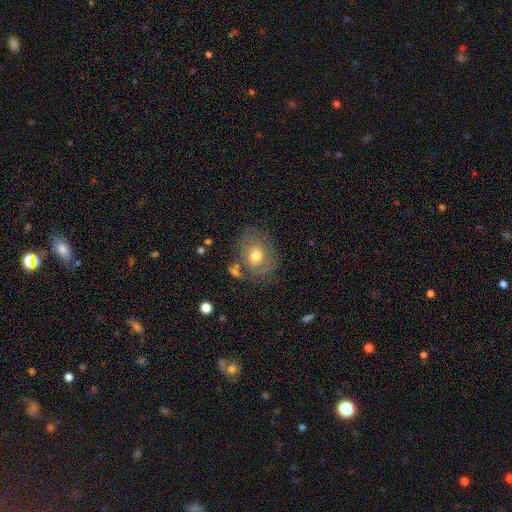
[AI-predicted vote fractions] A smooth galaxy with no disk features (58%) that is round (54%). Merging: none (64%).